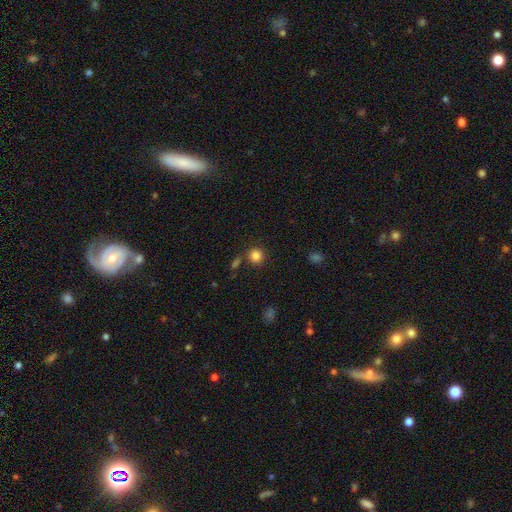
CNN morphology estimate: This appears to be a smooth galaxy with no disk features (84%) that is round (92%). Merging: none (80%).